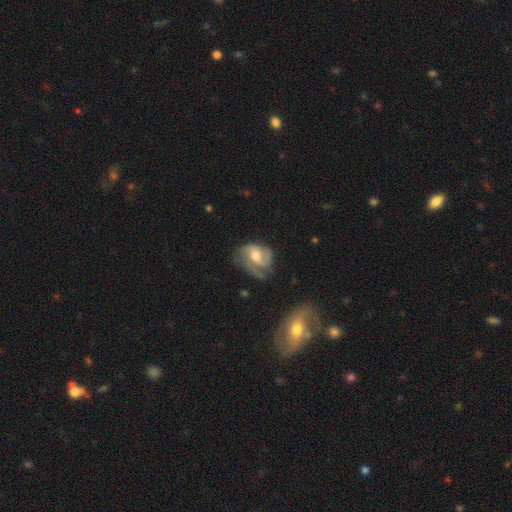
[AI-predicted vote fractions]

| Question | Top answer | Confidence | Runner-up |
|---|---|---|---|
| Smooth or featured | featured or disk | 73% | smooth (20%) |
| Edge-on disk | no | 97% | yes (3%) |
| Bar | no | 60% | weak (34%) |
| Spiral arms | yes | 90% | no (10%) |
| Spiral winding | medium | 45% | tight (33%) |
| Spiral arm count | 2 | 33% | 3 (32%) |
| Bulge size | moderate | 65% | small (28%) |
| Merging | none | 47% | minor disturbance (28%) |